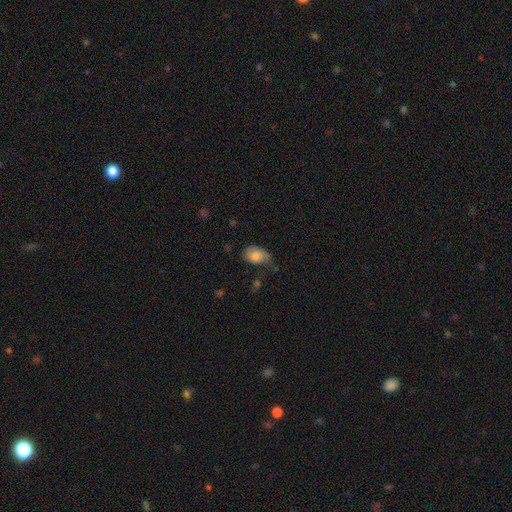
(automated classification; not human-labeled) Smooth or featured? Predicted: smooth (p=0.80). How rounded? Predicted: in between (p=0.84). Merging? Predicted: none (p=0.49).